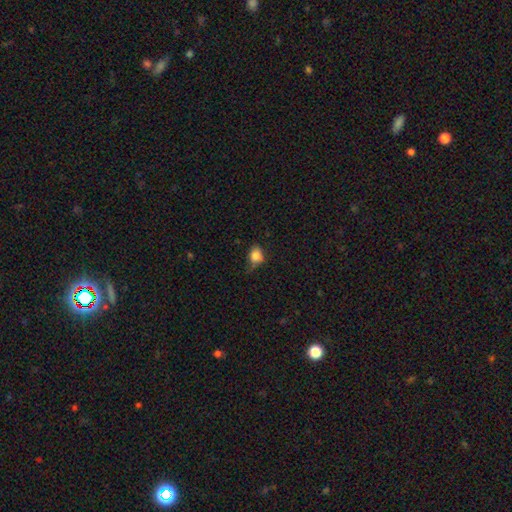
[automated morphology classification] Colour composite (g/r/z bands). It shows a smooth galaxy with no disk features (80%) that is in between round and cigar-shaped (51%). Merging: none (46%).